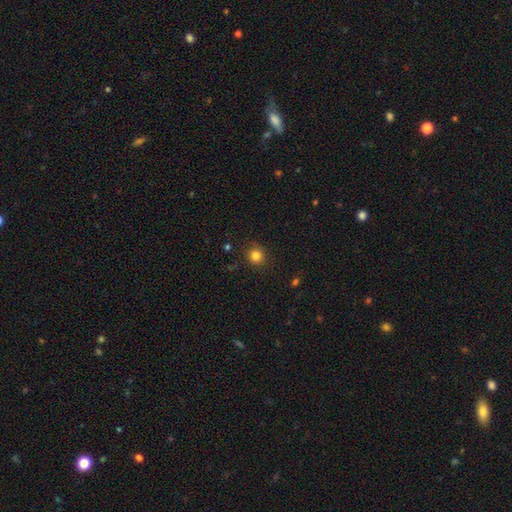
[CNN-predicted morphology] Smooth or featured? smooth (83%)
How rounded? round (91%)
Merging? none (88%)